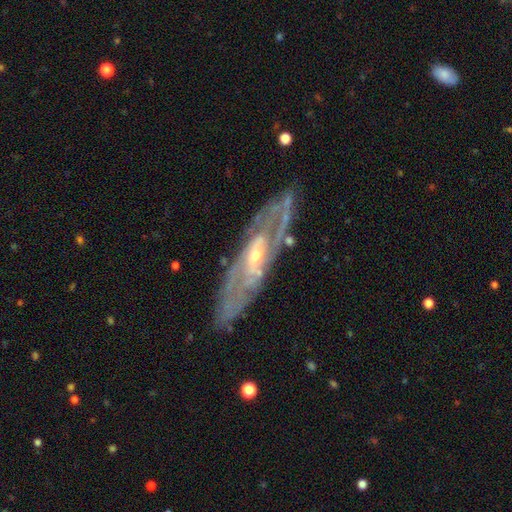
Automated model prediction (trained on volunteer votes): The model was most divided on "spiral arm count": can't tell: 43%, 2: 34%, 3: 9%, 1: 5%, 4: 4%, more than 4: 4%. More confident: spiral arms — yes (85%); smooth or featured — featured or disk (84%); edge-on disk — no (78%); merging — none (71%); bulge size — small (54%); bar — no (54%); spiral winding — tight (54%).